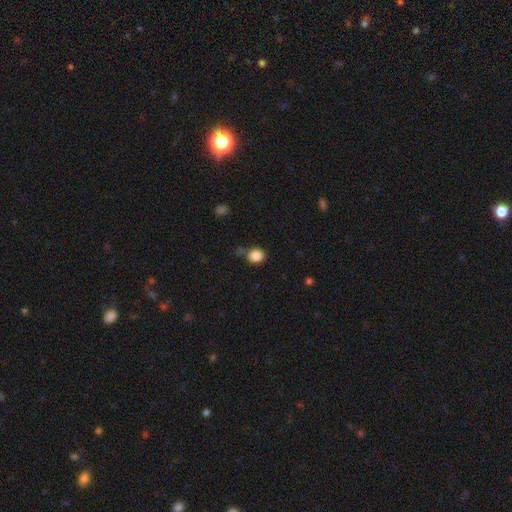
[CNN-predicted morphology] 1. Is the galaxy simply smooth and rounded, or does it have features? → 86% smooth, 10% star or artifact, 4% featured or disk.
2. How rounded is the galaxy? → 69% round, 30% in between, 1% cigar-shaped.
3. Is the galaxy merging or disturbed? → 72% none, 16% minor disturbance, 8% merger, 4% major disturbance.